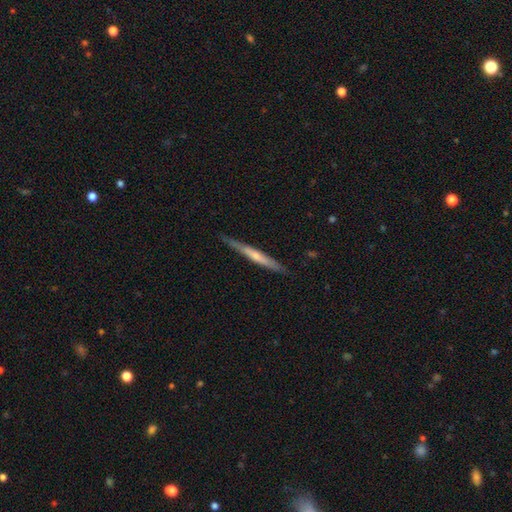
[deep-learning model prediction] smooth_or_featured: featured or disk (p=0.51) [alt: smooth p=0.44]
disk_edge_on: yes (p=0.95) [alt: no p=0.05]
merging: none (p=0.84) [alt: minor disturbance p=0.12]